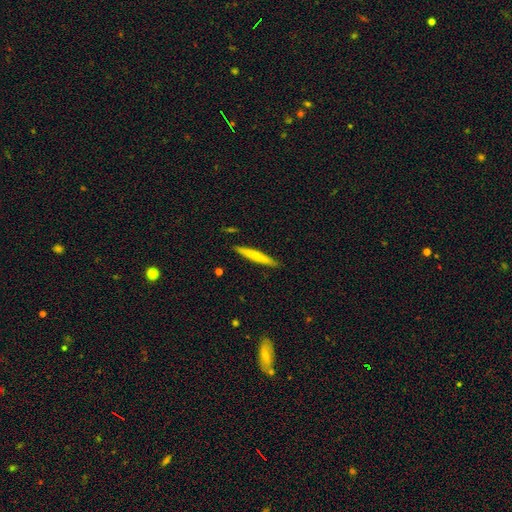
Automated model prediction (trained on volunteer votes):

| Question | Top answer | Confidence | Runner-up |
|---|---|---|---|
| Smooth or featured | smooth | 64% | featured or disk (31%) |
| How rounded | cigar-shaped | 96% | in between (3%) |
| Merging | none | 90% | minor disturbance (7%) |